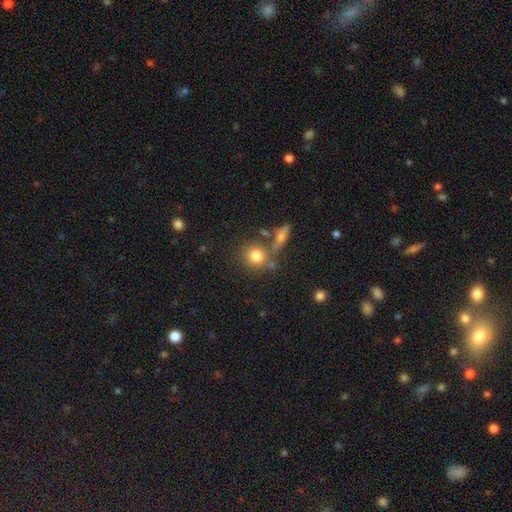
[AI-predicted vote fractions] This is likely a smooth galaxy (78%). How rounded: clearly round (83%). Merging: likely none (65%).